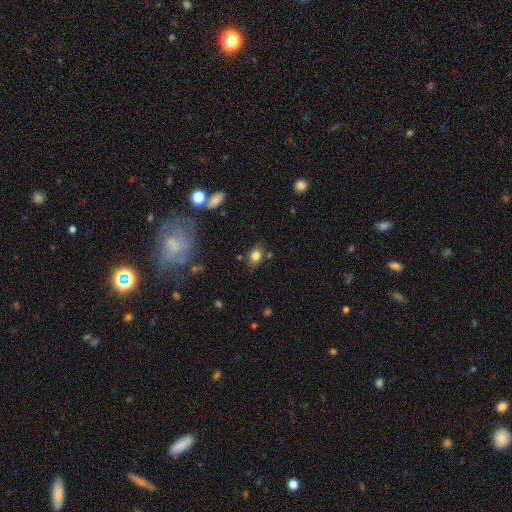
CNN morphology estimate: Smooth or featured? smooth (79%)
How rounded? in between (72%)
Merging? none (77%)